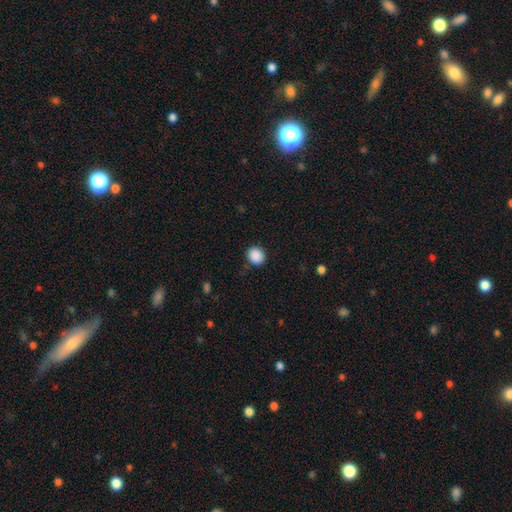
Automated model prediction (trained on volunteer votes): A smooth galaxy with no disk features (89%) that is round (81%). Merging: none (88%).